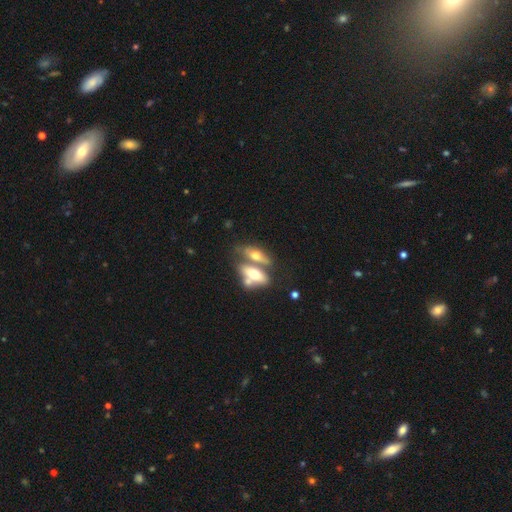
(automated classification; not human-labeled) Smooth or featured? smooth (52%)
How rounded? in between (66%)
Merging? merger (57%)